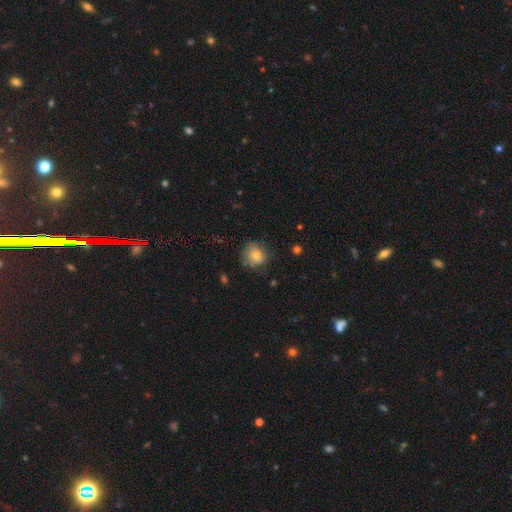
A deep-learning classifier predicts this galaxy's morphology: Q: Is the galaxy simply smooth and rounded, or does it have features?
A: smooth — 75%.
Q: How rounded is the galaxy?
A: round — 71%.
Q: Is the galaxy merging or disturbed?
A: none — 62%.